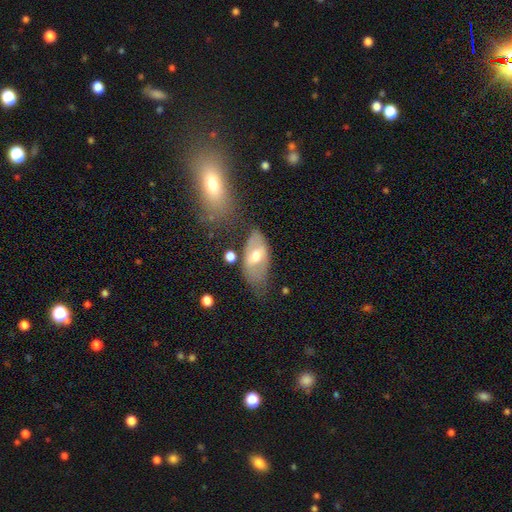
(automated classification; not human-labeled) A featured or disk galaxy (50%).

Vote fractions:
- Smooth or featured? featured or disk: 50% / smooth: 42% / star or artifact: 8%
- Edge-on disk? no: 83% / yes: 17%
- Merging? none: 54% / minor disturbance: 25% / major disturbance: 12% / merger: 9%